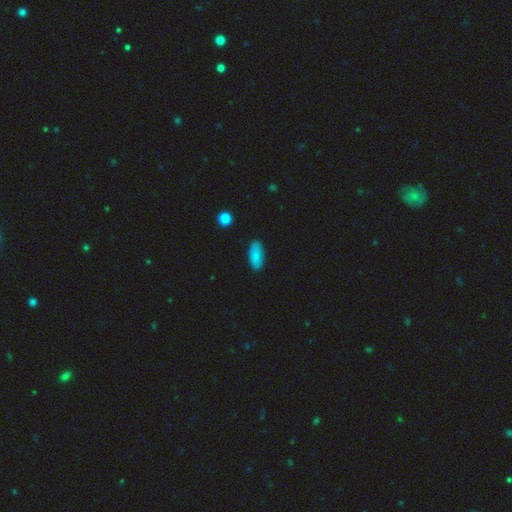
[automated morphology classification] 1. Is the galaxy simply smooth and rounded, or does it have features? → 85% smooth, 8% featured or disk, 7% star or artifact.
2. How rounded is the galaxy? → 87% in between, 10% cigar-shaped, 2% round.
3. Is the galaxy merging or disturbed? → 85% none, 11% minor disturbance, 2% major disturbance, 1% merger.